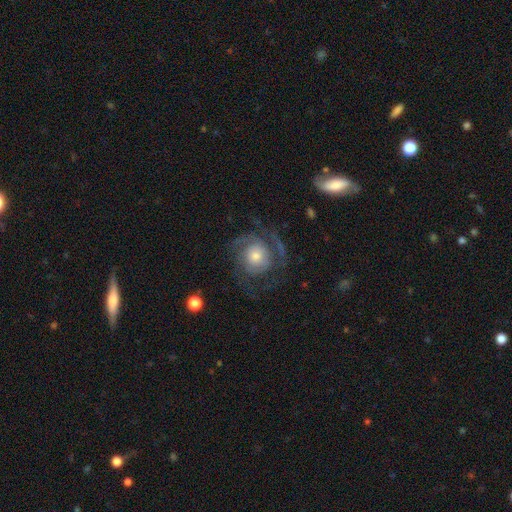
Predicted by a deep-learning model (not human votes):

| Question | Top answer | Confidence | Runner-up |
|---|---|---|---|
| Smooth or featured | featured or disk | 78% | smooth (16%) |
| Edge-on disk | no | 98% | yes (2%) |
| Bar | no | 77% | weak (19%) |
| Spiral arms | yes | 91% | no (9%) |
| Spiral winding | tight | 43% | medium (41%) |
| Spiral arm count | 2 | 49% | can't tell (18%) |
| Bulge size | moderate | 49% | small (34%) |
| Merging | none | 64% | major disturbance (19%) |